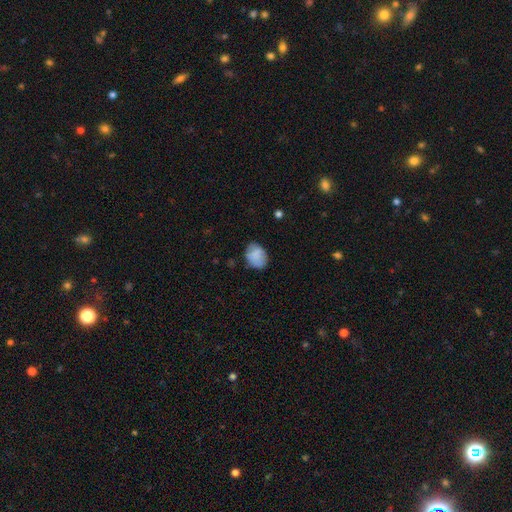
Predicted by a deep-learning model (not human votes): Smooth or featured? smooth (81%)
How rounded? in between (65%)
Merging? none (69%)